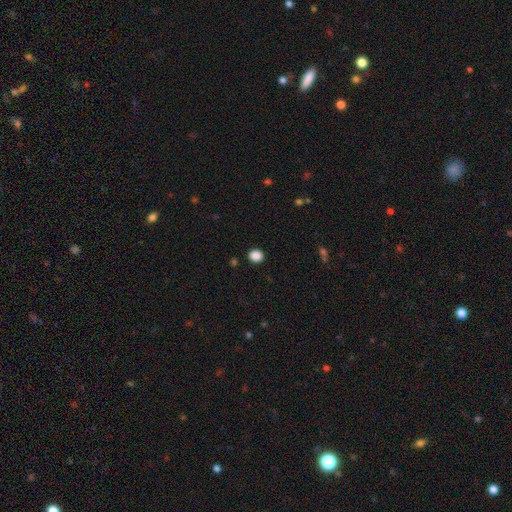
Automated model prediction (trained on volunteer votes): Smooth or featured? smooth (88%)
How rounded? round (78%)
Merging? none (91%)